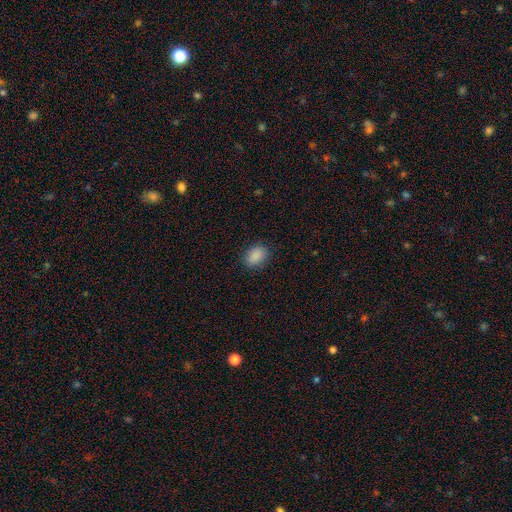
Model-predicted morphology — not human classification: Q: Smooth or featured?
A: smooth (89%); runner-up: star or artifact (8%)
Q: How rounded?
A: in between (75%); runner-up: round (24%)
Q: Merging?
A: none (86%); runner-up: minor disturbance (10%)